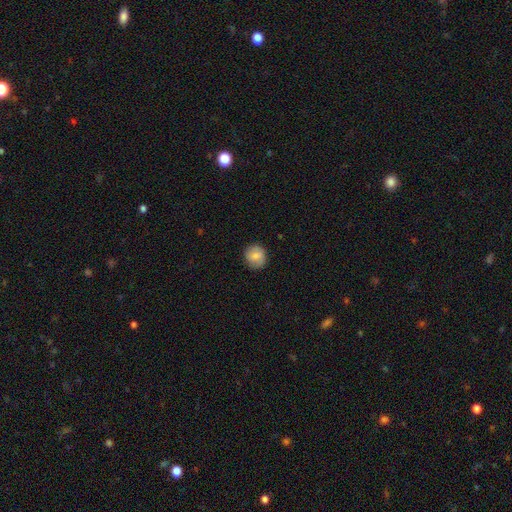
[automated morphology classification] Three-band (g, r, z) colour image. It shows a smooth galaxy with no disk features (81%) that is round (86%). Merging: none (85%).